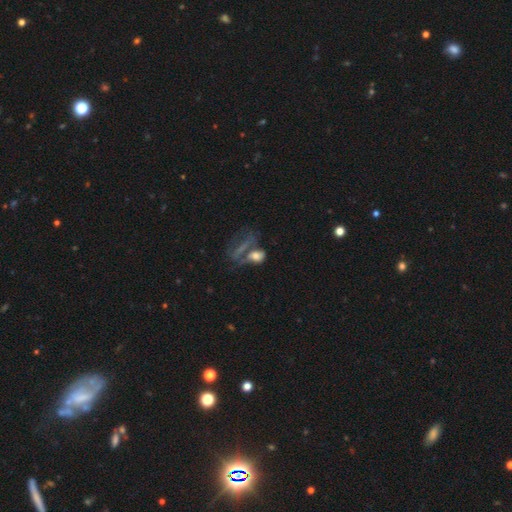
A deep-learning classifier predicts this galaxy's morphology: This appears to be a smooth galaxy with no disk features (54%) that is in between round and cigar-shaped (66%). Merging: merger (35%).